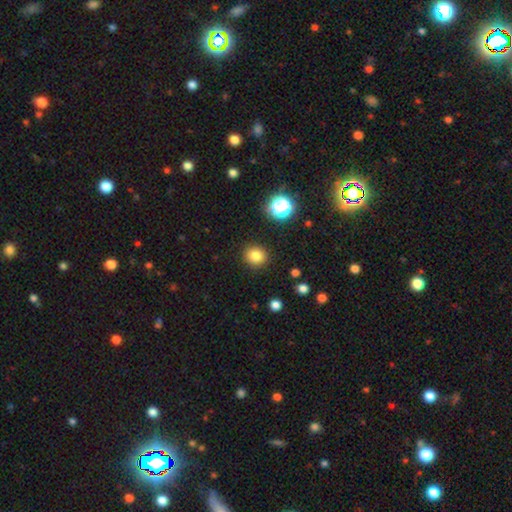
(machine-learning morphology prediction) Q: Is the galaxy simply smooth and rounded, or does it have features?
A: smooth — 81%.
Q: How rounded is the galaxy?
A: round — 86%.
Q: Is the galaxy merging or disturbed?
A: none — 90%.